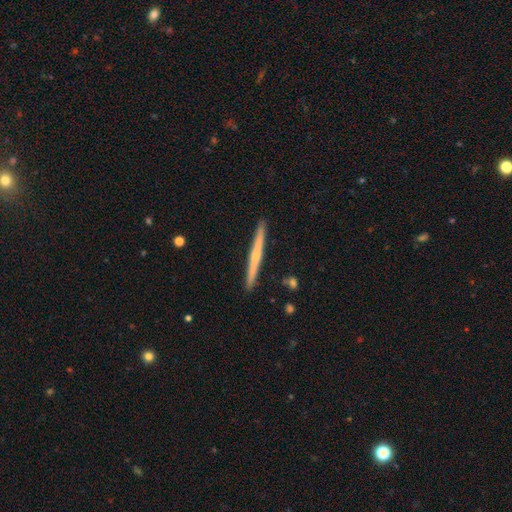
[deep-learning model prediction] This is possibly a featured or disk galaxy (53%). It is clearly viewed edge-on (98%). Edge-on bulge: possibly none (54%). Merging: clearly none (93%).